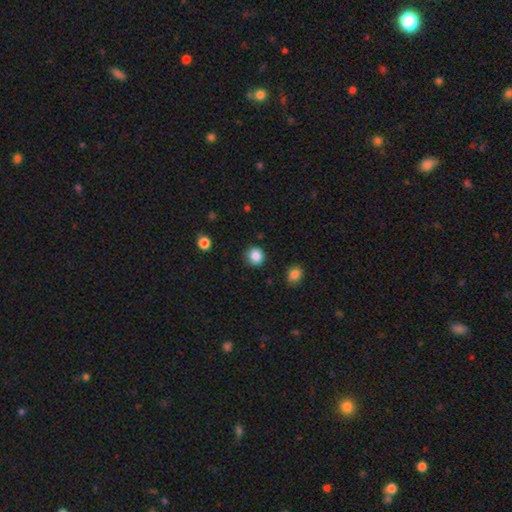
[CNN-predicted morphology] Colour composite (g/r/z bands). It shows a smooth galaxy with no disk features (87%) that is round (88%). Merging: none (87%).